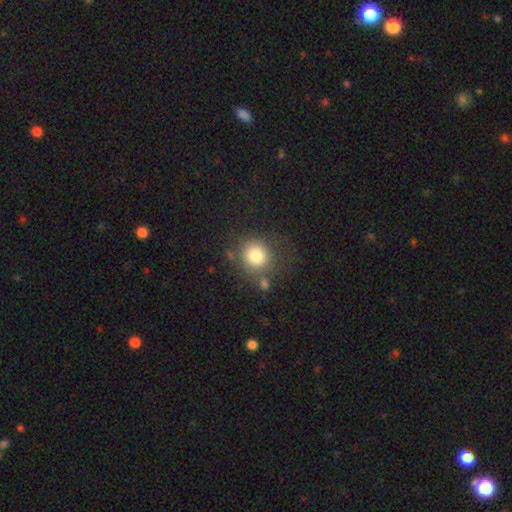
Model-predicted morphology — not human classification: smooth-or-featured: smooth: 80% | star or artifact: 11% | featured or disk: 9%
  how-rounded: round: 88% | in between: 11% | cigar-shaped: 1%
  merging: none: 71% | minor disturbance: 14% | merger: 9% | major disturbance: 6%